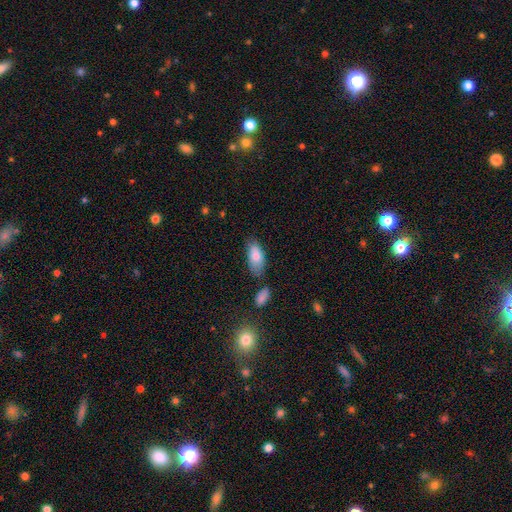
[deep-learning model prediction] This is likely a smooth galaxy (80%). How rounded: clearly in between (89%). Merging: likely none (62%).